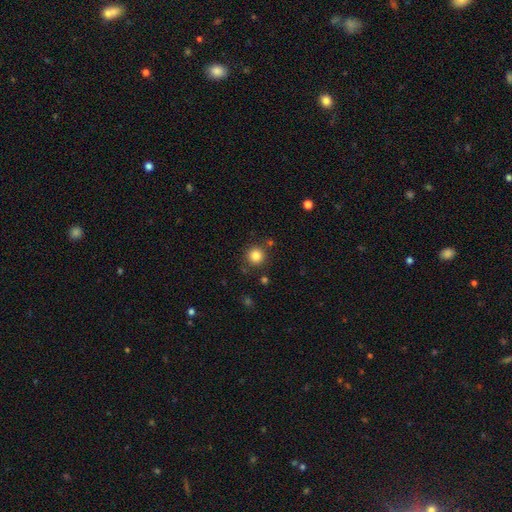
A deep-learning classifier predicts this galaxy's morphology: A smooth galaxy with no disk features (84%) that is round (94%).

Vote fractions:
- Smooth or featured? smooth: 84% / star or artifact: 11% / featured or disk: 5%
- How rounded? round: 94% / in between: 5% / cigar-shaped: 1%
- Merging? none: 85% / minor disturbance: 8% / merger: 4% / major disturbance: 3%